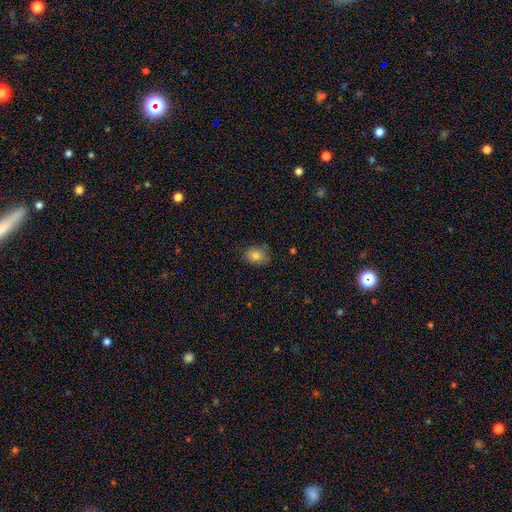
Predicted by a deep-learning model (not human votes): smooth 80%, star or artifact 10%, featured or disk 9%. Down the decision tree: how rounded — in between (60%); merging — none (75%).